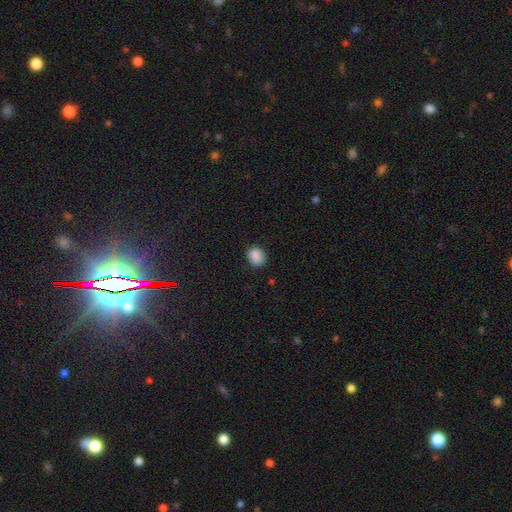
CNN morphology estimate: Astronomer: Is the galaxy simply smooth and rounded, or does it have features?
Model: smooth — 87%.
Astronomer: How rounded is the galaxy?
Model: round — 71%.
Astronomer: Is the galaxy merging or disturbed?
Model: none — 81%.